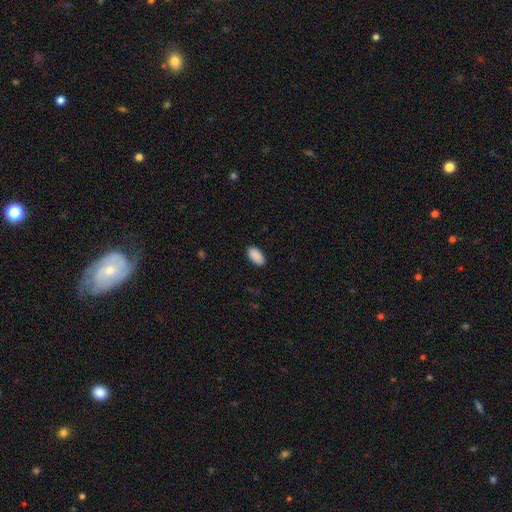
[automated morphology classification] smooth_or_featured: smooth (p=0.91) [alt: star or artifact p=0.06]
how_rounded: in between (p=0.95) [alt: round p=0.03]
merging: none (p=0.90) [alt: minor disturbance p=0.08]